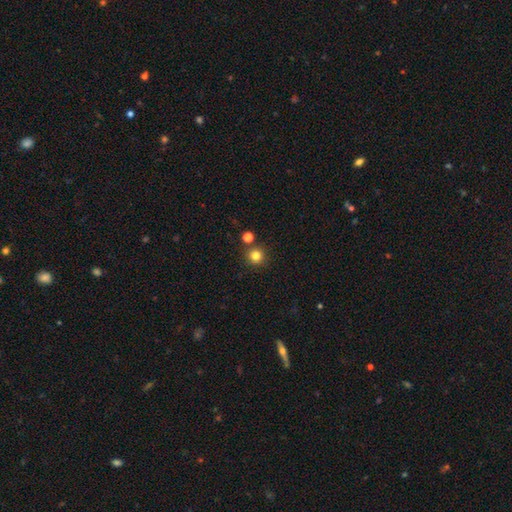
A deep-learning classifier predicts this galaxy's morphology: The model was most divided on "smooth or featured": smooth: 81%, star or artifact: 14%, featured or disk: 5%. More confident: how rounded — round (95%); merging — none (84%).